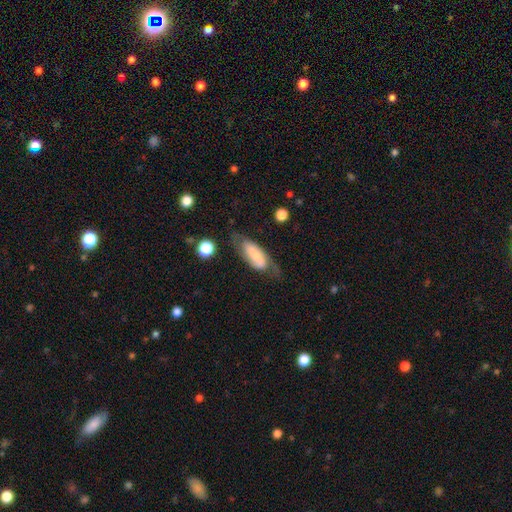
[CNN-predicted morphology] smooth 47%, featured or disk 46%, star or artifact 7%. Down the decision tree: merging — none (53%).